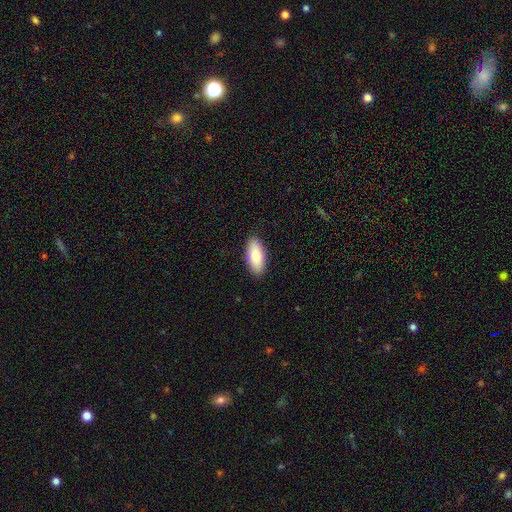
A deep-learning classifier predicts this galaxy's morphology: Q: Smooth or featured?
A: smooth (76%); runner-up: featured or disk (18%)
Q: How rounded?
A: in between (86%); runner-up: cigar-shaped (12%)
Q: Merging?
A: none (89%); runner-up: minor disturbance (8%)